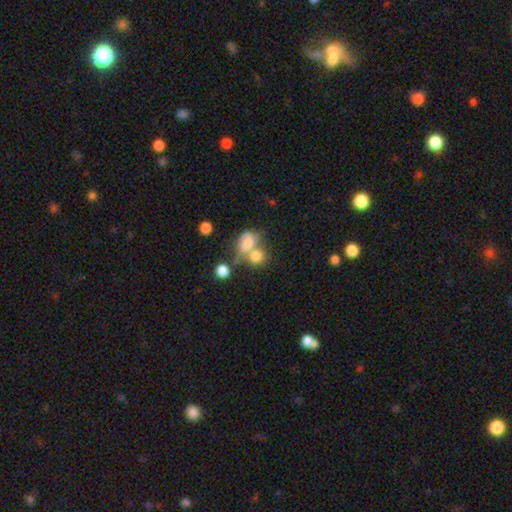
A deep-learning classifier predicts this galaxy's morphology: smooth_or_featured: smooth (p=0.75) [alt: featured or disk p=0.13]
how_rounded: round (p=0.50) [alt: in between p=0.48]
merging: merger (p=0.54) [alt: none p=0.29]